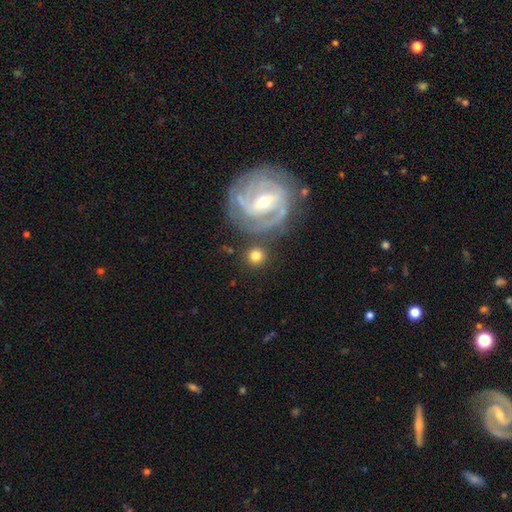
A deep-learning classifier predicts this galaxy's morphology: Q: Smooth or featured?
A: smooth (67%); runner-up: featured or disk (25%)
Q: How rounded?
A: round (90%); runner-up: in between (9%)
Q: Merging?
A: none (78%); runner-up: minor disturbance (10%)